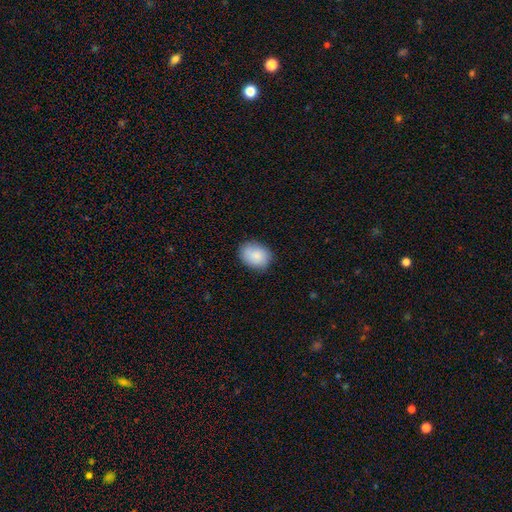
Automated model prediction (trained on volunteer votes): smooth_or_featured: smooth (p=0.87) [alt: featured or disk p=0.07]
how_rounded: in between (p=0.62) [alt: round p=0.37]
merging: none (p=0.83) [alt: minor disturbance p=0.13]